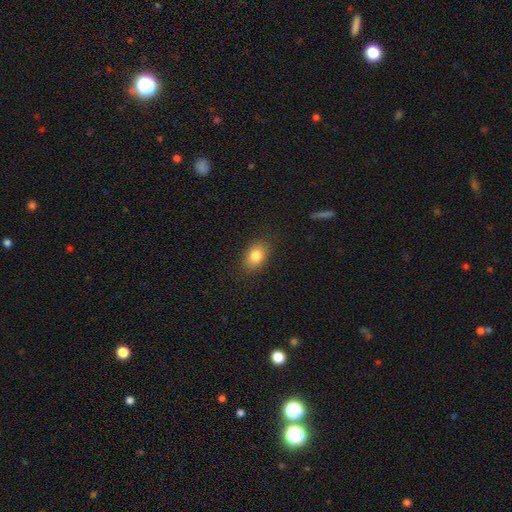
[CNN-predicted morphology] Q: Smooth or featured?
A: smooth (83%); runner-up: star or artifact (9%)
Q: How rounded?
A: in between (81%); runner-up: round (17%)
Q: Merging?
A: none (87%); runner-up: minor disturbance (10%)